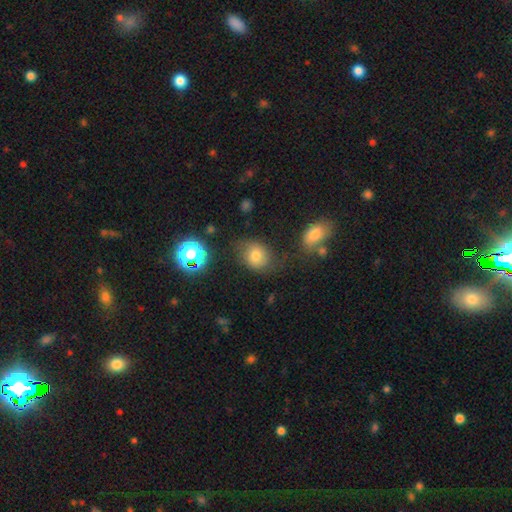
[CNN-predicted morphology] smooth 70%, featured or disk 16%, star or artifact 14%. Down the decision tree: how rounded — round (59%); merging — none (64%).